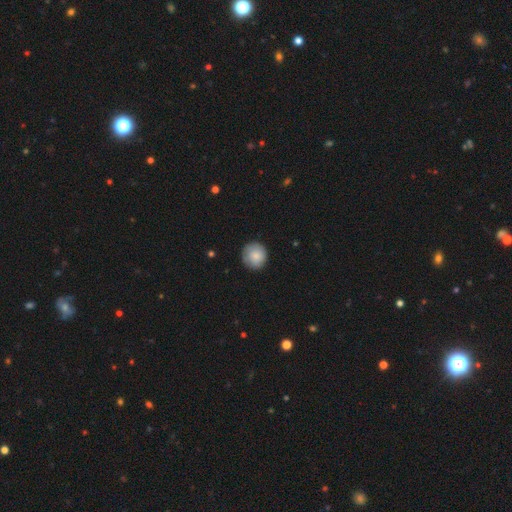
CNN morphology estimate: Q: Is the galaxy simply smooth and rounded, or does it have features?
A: smooth — 85%.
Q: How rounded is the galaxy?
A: round — 92%.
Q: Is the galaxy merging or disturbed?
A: none — 85%.